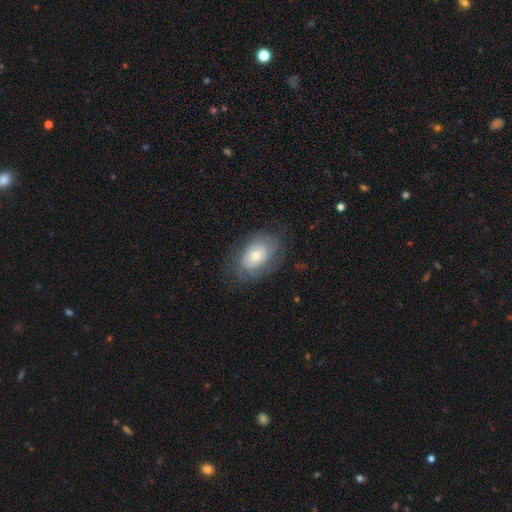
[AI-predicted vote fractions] Smooth or featured: smooth — 66% (featured or disk — 27%)
How rounded: in between — 87% (round — 12%)
Merging: none — 71% (minor disturbance — 19%)